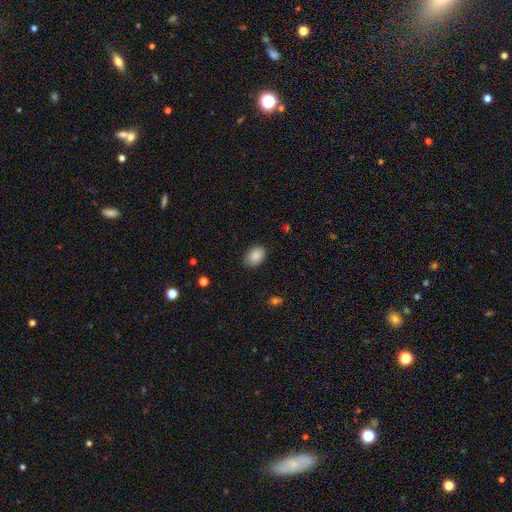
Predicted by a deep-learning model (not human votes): A smooth galaxy with no disk features (88%) that is in between round and cigar-shaped (80%). Merging: none (83%).